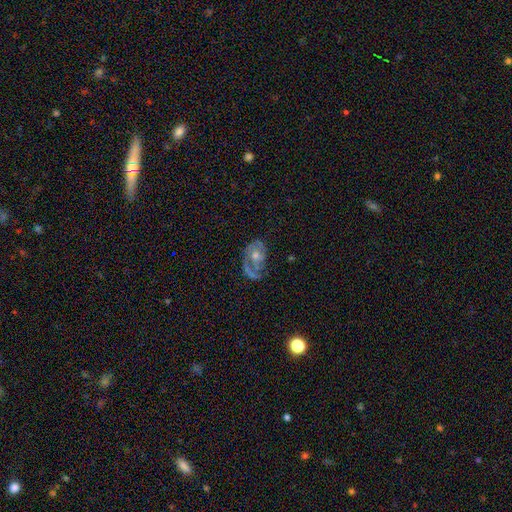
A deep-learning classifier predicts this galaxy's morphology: Smooth or featured: featured or disk — 77% (smooth — 15%)
Edge-on disk: no — 96% (yes — 4%)
Bar: no — 77% (weak — 19%)
Spiral arms: yes — 82% (no — 18%)
Spiral winding: tight — 44% (medium — 38%)
Spiral arm count: 1 — 41% (2 — 37%)
Bulge size: moderate — 57% (small — 36%)
Merging: none — 55% (minor disturbance — 22%)